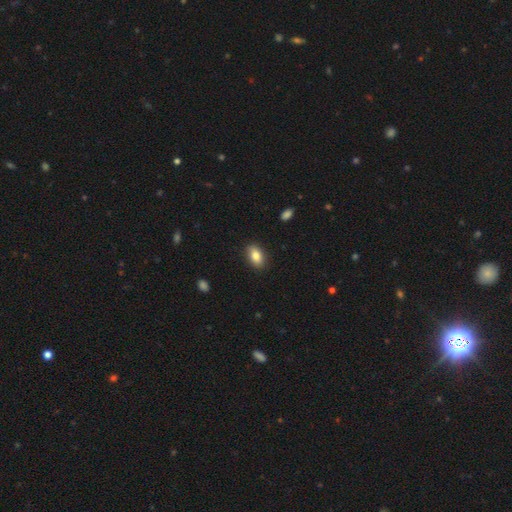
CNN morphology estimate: type=smooth (83%); roundness=in between (88%); merging=none (88%).